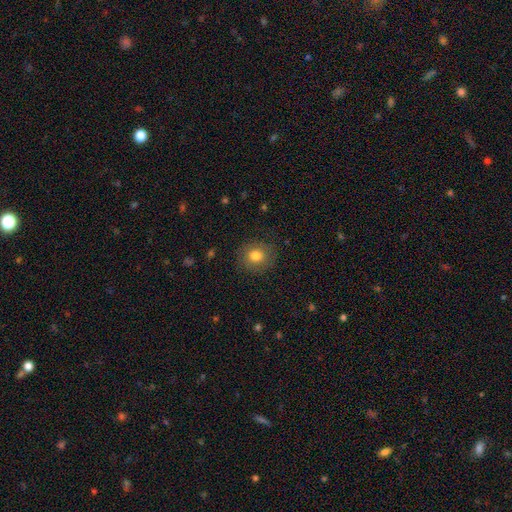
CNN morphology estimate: smooth-or-featured: smooth: 77% | featured or disk: 13% | star or artifact: 10%
  how-rounded: round: 78% | in between: 22% | cigar-shaped: 1%
  merging: none: 84% | minor disturbance: 11% | major disturbance: 4% | merger: 1%